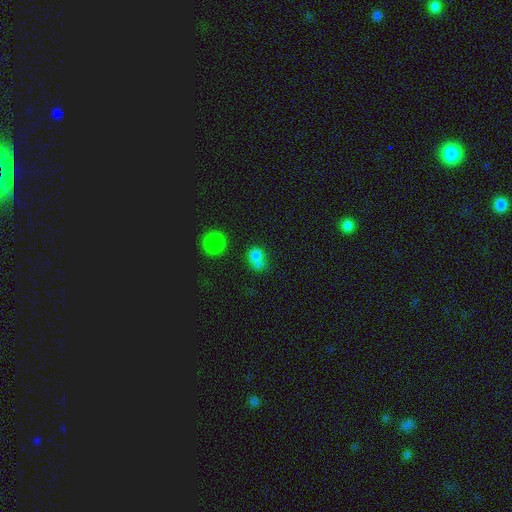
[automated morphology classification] smooth 78%, star or artifact 14%, featured or disk 8%. Down the decision tree: how rounded — round (52%); merging — none (42%).